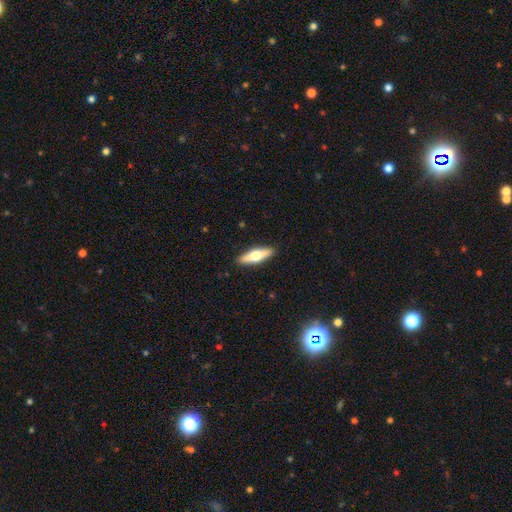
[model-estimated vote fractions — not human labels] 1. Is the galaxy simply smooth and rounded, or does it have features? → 50% smooth, 44% featured or disk, 6% star or artifact.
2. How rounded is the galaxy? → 58% cigar-shaped, 40% in between, 2% round.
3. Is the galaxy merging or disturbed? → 90% none, 7% minor disturbance, 2% major disturbance, 1% merger.